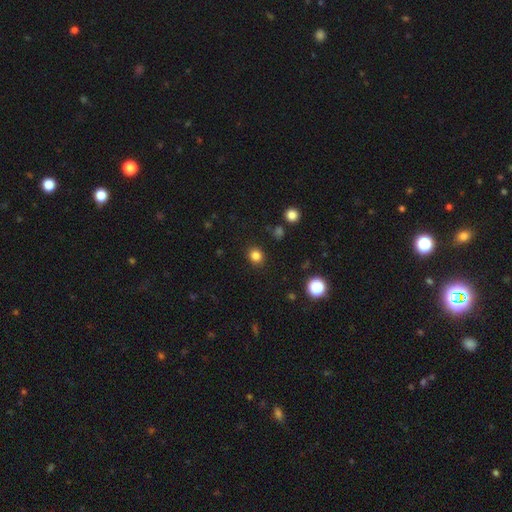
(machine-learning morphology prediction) Overall: smooth (83%). How rounded: round (78%). Merging: none (89%).